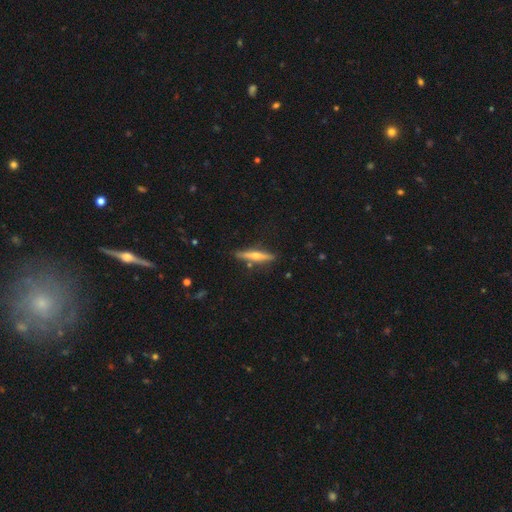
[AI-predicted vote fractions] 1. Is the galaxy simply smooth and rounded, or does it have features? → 67% featured or disk, 27% smooth, 6% star or artifact.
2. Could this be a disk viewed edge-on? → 96% yes, 4% no.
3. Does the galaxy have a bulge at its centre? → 89% rounded, 7% none, 4% boxy.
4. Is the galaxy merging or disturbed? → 86% none, 10% minor disturbance, 3% merger, 2% major disturbance.